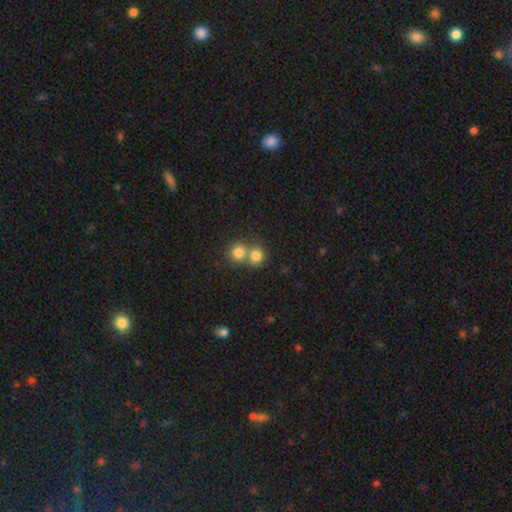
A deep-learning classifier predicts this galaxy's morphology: A smooth galaxy with no disk features (80%) that is round (86%). Merging: merger (52%).